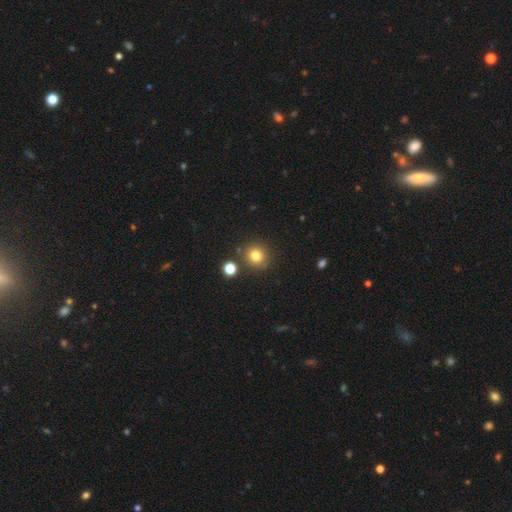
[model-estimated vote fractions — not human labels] Smooth or featured? smooth (79%)
How rounded? round (91%)
Merging? none (83%)